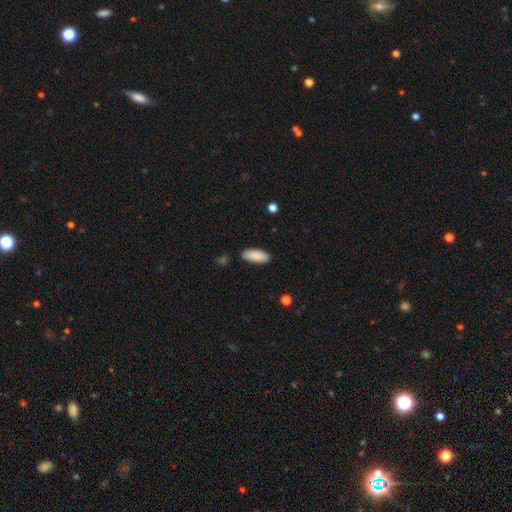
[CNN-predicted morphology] Smooth or featured: smooth — 89% (star or artifact — 6%)
How rounded: in between — 78% (cigar-shaped — 20%)
Merging: none — 87% (minor disturbance — 9%)